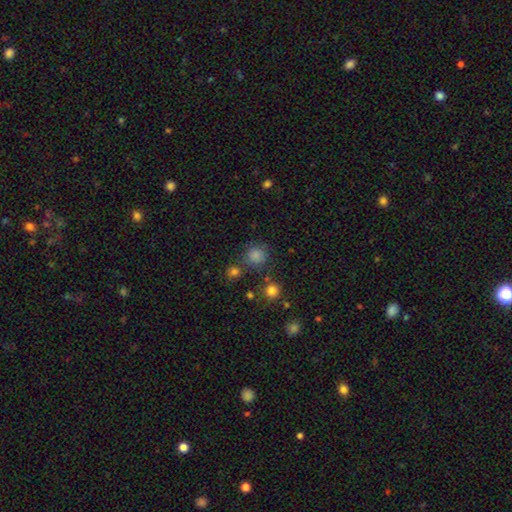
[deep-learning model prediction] Smooth or featured? Predicted: smooth (p=0.80). How rounded? Predicted: round (p=0.89). Merging? Predicted: none (p=0.73).